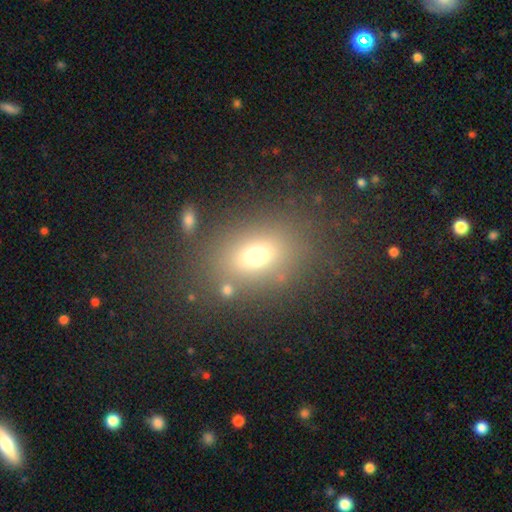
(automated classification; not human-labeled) A smooth galaxy with no disk features (69%) that is in between round and cigar-shaped (70%). Merging: none (77%).